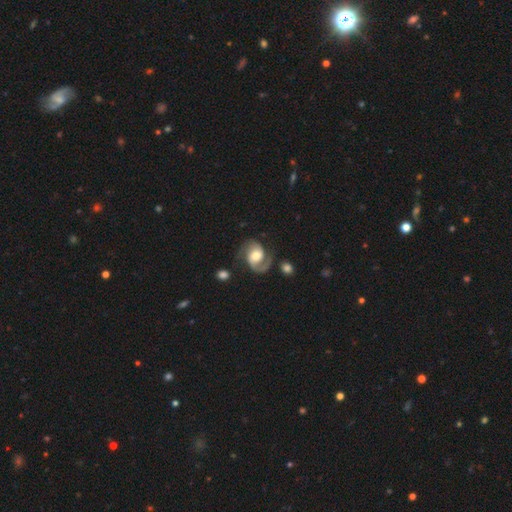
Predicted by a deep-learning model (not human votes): Smooth or featured? featured or disk (84%)
Edge-on disk? no (98%)
Bar? no (53%)
Spiral arms? yes (96%)
Spiral winding? medium (53%)
Spiral arm count? 2 (82%)
Bulge size? moderate (65%)
Merging? none (67%)